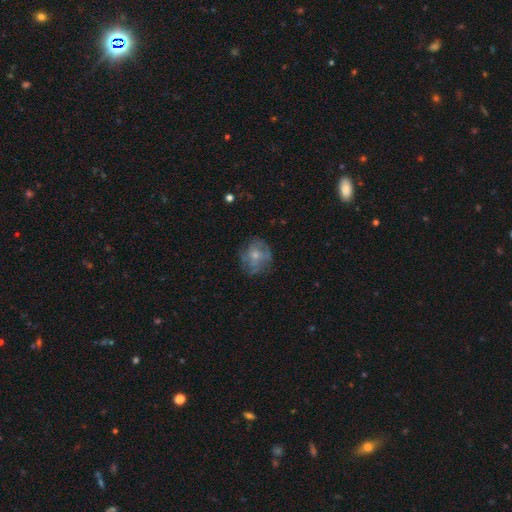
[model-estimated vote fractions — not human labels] smooth-or-featured: featured or disk: 48% | smooth: 42% | star or artifact: 10%
  merging: none: 66% | minor disturbance: 20% | major disturbance: 12% | merger: 2%